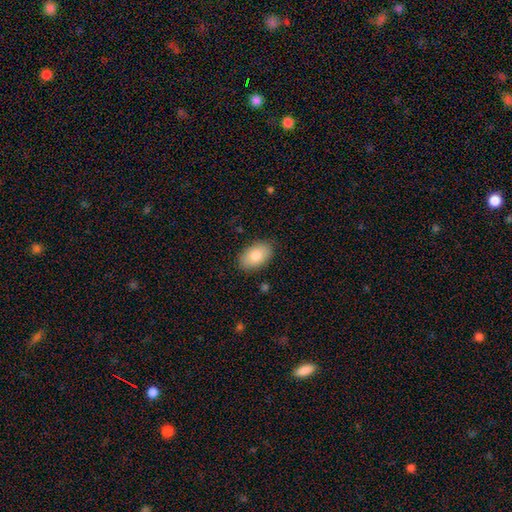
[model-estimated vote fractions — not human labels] Smooth or featured? Predicted: smooth (p=0.82). How rounded? Predicted: in between (p=0.94). Merging? Predicted: none (p=0.86).